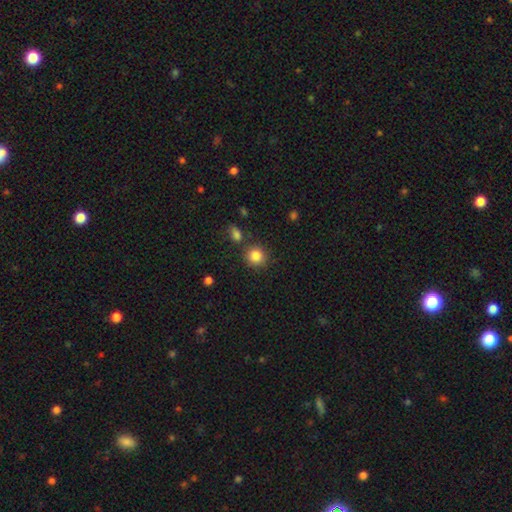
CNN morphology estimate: This appears to be a smooth galaxy with no disk features (85%) that is round (89%). Merging: none (80%).